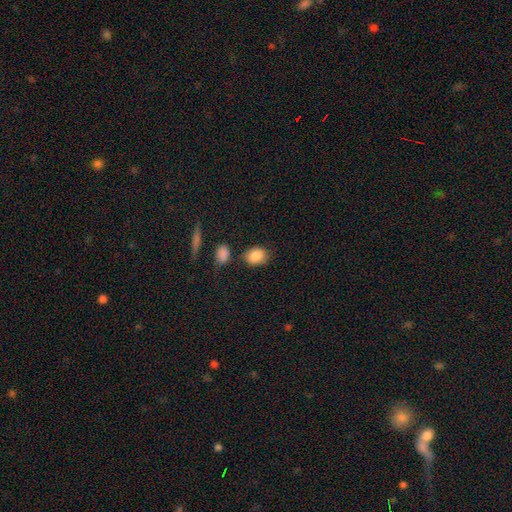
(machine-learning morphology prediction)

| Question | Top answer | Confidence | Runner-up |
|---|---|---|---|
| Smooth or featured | smooth | 87% | star or artifact (8%) |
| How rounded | in between | 59% | round (40%) |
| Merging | none | 73% | minor disturbance (16%) |